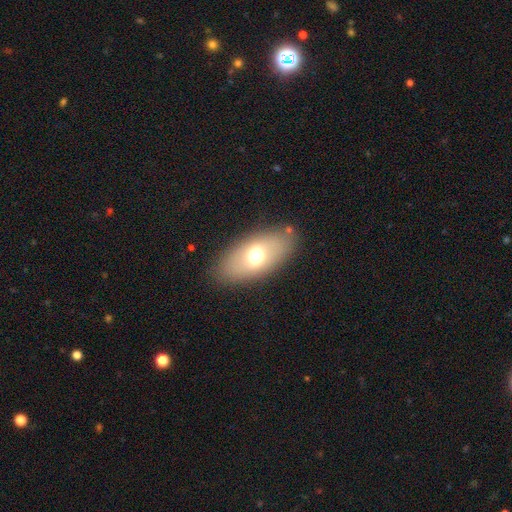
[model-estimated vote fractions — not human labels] The model was most divided on "smooth or featured": smooth: 64%, featured or disk: 27%, star or artifact: 9%. More confident: how rounded — in between (90%); merging — none (83%).